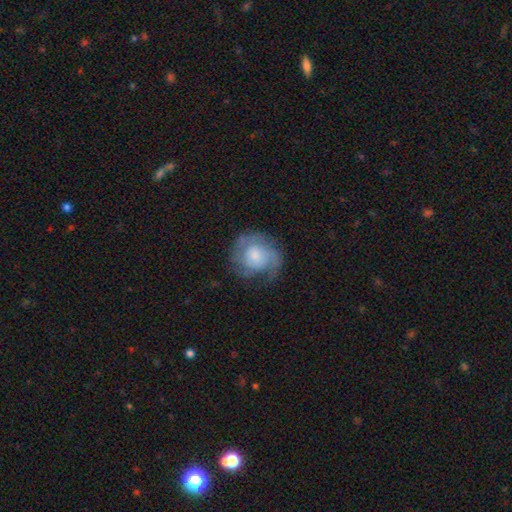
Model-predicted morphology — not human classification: Q: Smooth or featured?
A: featured or disk (62%); runner-up: smooth (30%)
Q: Edge-on disk?
A: no (98%); runner-up: yes (2%)
Q: Bar?
A: no (77%); runner-up: weak (20%)
Q: Spiral arms?
A: yes (84%); runner-up: no (16%)
Q: Spiral winding?
A: tight (43%); runner-up: medium (39%)
Q: Spiral arm count?
A: 2 (33%); runner-up: can't tell (32%)
Q: Bulge size?
A: moderate (36%); runner-up: small (34%)
Q: Merging?
A: none (58%); runner-up: minor disturbance (23%)